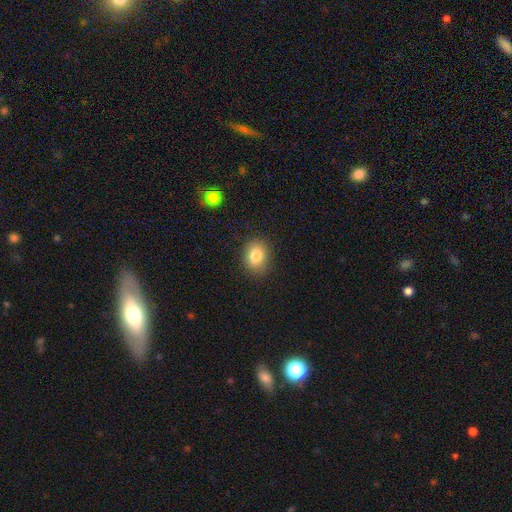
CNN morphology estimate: This appears to be a smooth galaxy with no disk features (83%) that is in between round and cigar-shaped (50%). Merging: none (84%).